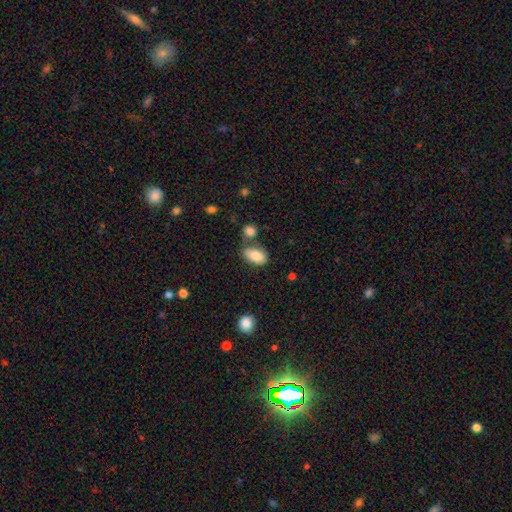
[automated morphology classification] Smooth or featured: smooth — 86% (star or artifact — 7%)
How rounded: in between — 92% (round — 5%)
Merging: none — 58% (minor disturbance — 20%)